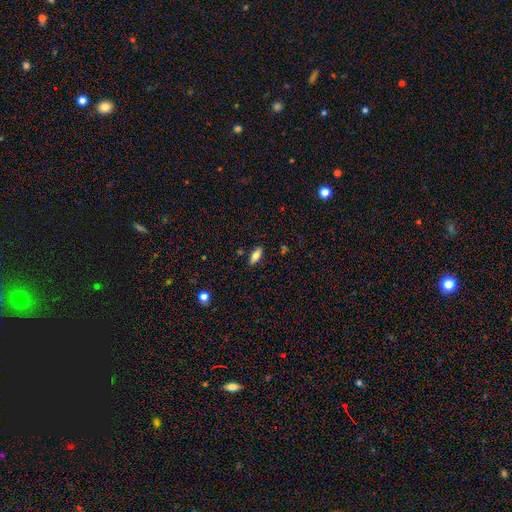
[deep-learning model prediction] This appears to be a smooth galaxy with no disk features (75%) that is in between round and cigar-shaped (79%). Merging: none (86%).